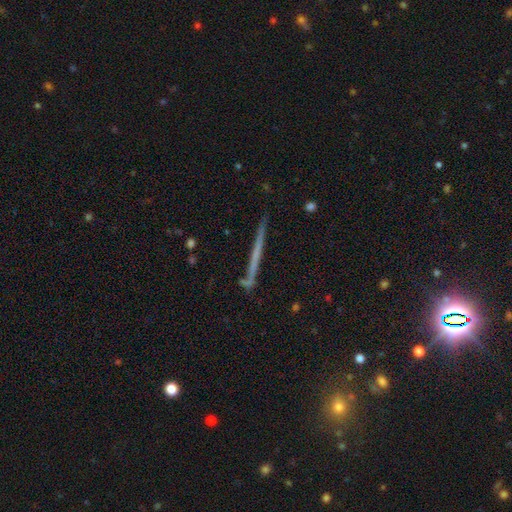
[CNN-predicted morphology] Smooth or featured? featured or disk (54%)
Edge-on disk? yes (97%)
Edge-on bulge? none (90%)
Merging? none (86%)